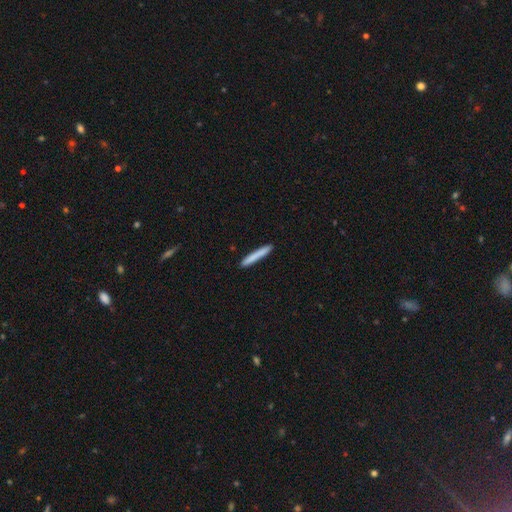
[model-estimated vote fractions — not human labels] Smooth or featured?
  - smooth: 81% *
  - featured or disk: 14%
  - star or artifact: 6%
How rounded?
  - cigar-shaped: 96% *
  - in between: 3%
  - round: 1%
Merging?
  - none: 92% *
  - minor disturbance: 5%
  - major disturbance: 1%
  - merger: 1%